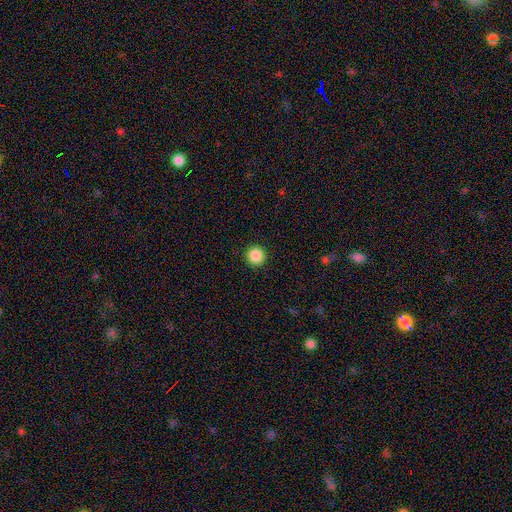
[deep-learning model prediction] Morphology: type=smooth (88%); roundness=round (96%); merging=none (93%).